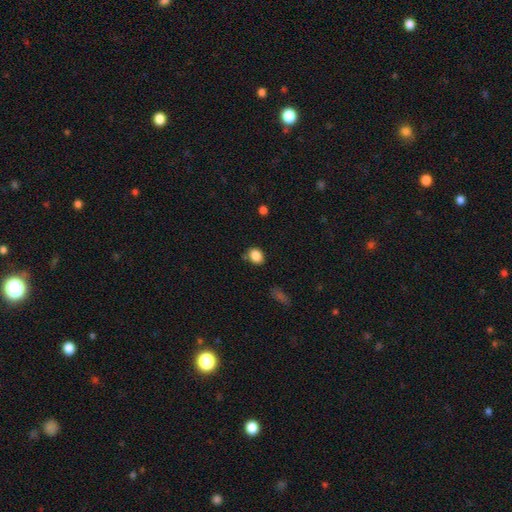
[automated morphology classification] smooth-or-featured: smooth: 86% | star or artifact: 9% | featured or disk: 4%
  how-rounded: in between: 55% | round: 44% | cigar-shaped: 1%
  merging: none: 74% | minor disturbance: 17% | merger: 5% | major disturbance: 4%